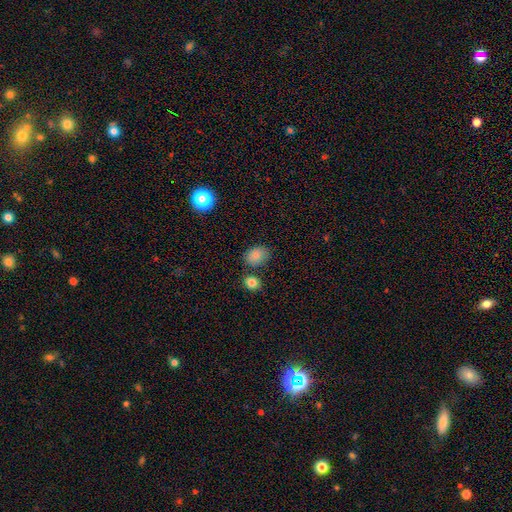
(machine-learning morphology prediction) The model was most divided on "how rounded": in between: 67%, round: 32%, cigar-shaped: 1%. More confident: smooth or featured — smooth (84%); merging — none (72%).